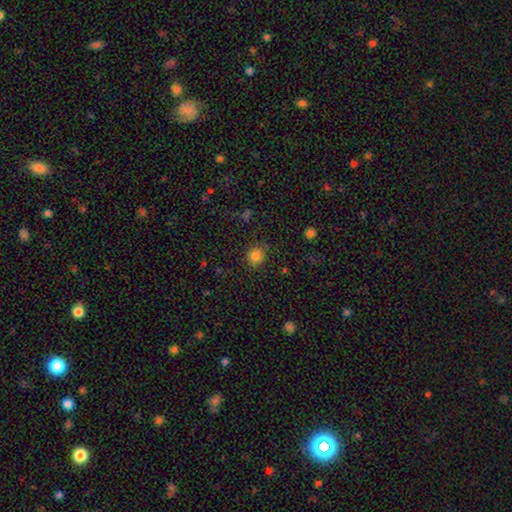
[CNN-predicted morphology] Smooth or featured? smooth (83%)
How rounded? round (89%)
Merging? none (86%)